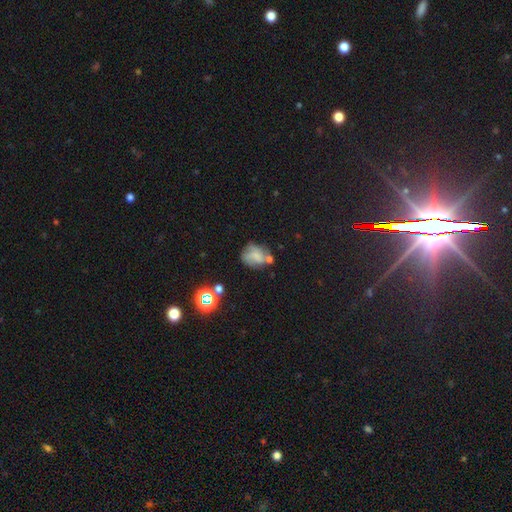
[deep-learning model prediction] smooth 45%, featured or disk 40%, star or artifact 15%. Down the decision tree: merging — none (45%).